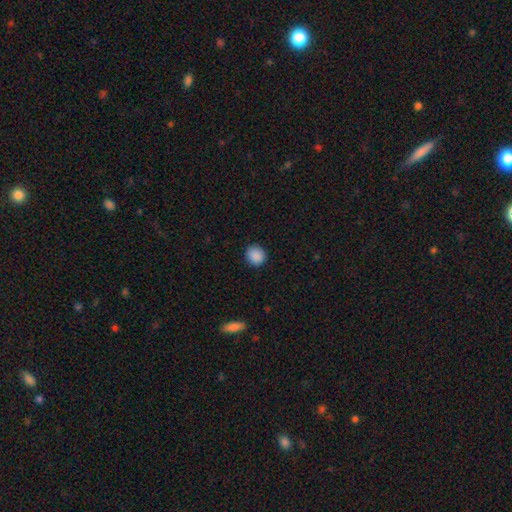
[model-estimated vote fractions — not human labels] This appears to be a smooth galaxy with no disk features (89%) that is round (87%). Merging: none (90%).